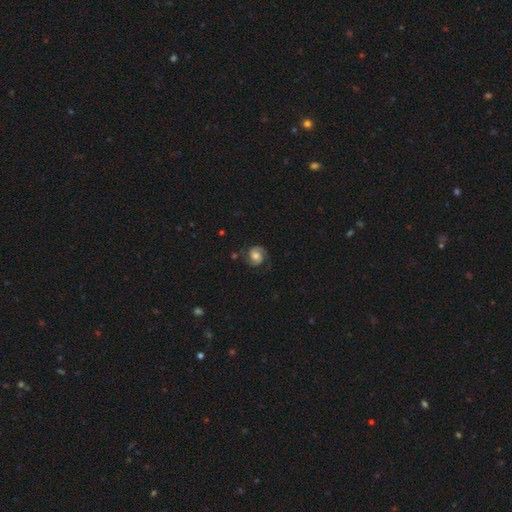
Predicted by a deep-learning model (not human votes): Smooth or featured? Predicted: featured or disk (p=0.76). Edge-on disk? Predicted: no (p=0.98). Bar? Predicted: no (p=0.58). Spiral arms? Predicted: yes (p=0.96). Spiral winding? Predicted: medium (p=0.46). Spiral arm count? Predicted: 2 (p=0.88). Bulge size? Predicted: moderate (p=0.61). Merging? Predicted: none (p=0.78).